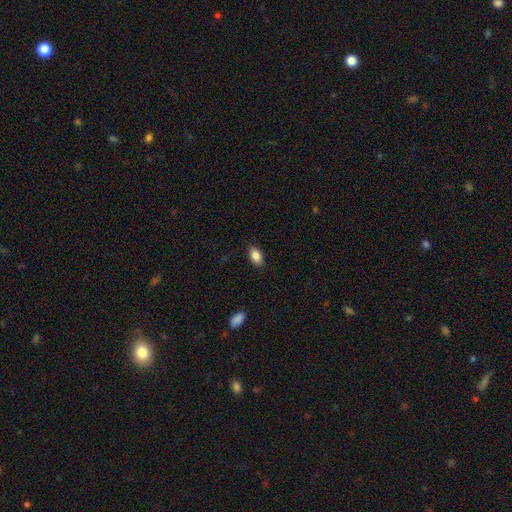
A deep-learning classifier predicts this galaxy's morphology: Smooth or featured?
  - smooth: 86% *
  - star or artifact: 8%
  - featured or disk: 6%
How rounded?
  - in between: 90% *
  - round: 7%
  - cigar-shaped: 2%
Merging?
  - none: 87% *
  - minor disturbance: 10%
  - major disturbance: 2%
  - merger: 1%